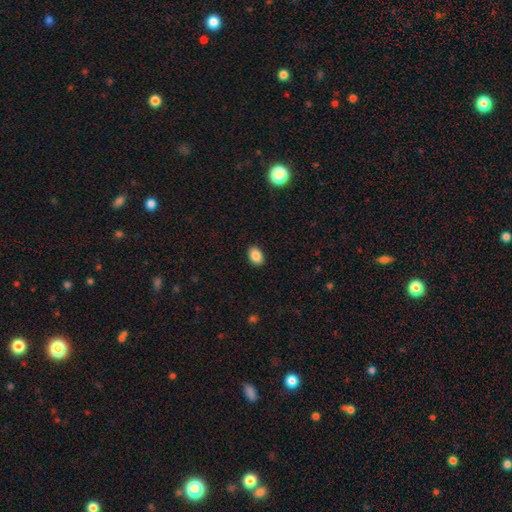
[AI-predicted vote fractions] Morphology: type=smooth (87%); roundness=in between (82%); merging=none (89%).